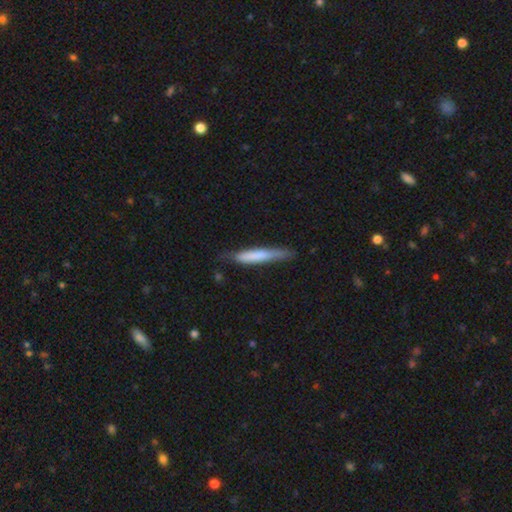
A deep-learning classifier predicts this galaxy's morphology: Q: Smooth or featured?
A: smooth (68%); runner-up: featured or disk (27%)
Q: How rounded?
A: cigar-shaped (93%); runner-up: in between (6%)
Q: Merging?
A: none (67%); runner-up: minor disturbance (26%)